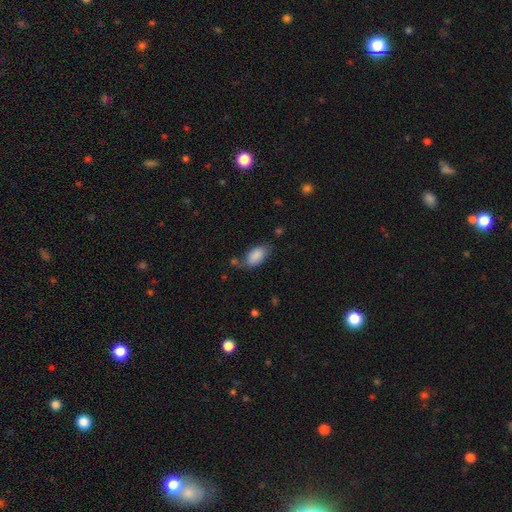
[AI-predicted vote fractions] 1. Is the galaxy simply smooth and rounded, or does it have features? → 87% smooth, 7% star or artifact, 6% featured or disk.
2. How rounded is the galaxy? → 93% in between, 3% cigar-shaped, 3% round.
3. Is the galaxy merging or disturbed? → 65% none, 24% minor disturbance, 6% major disturbance, 5% merger.